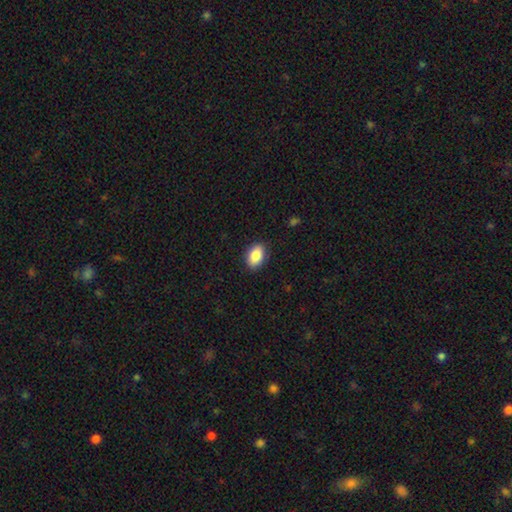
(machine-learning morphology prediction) smooth 86%, star or artifact 7%, featured or disk 7%. Down the decision tree: how rounded — in between (89%); merging — none (88%).